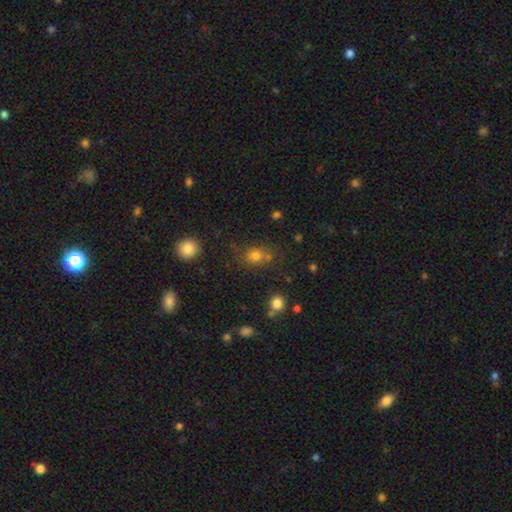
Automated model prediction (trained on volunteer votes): Smooth or featured: smooth — 75% (star or artifact — 17%)
How rounded: round — 64% (in between — 35%)
Merging: none — 62% (merger — 19%)